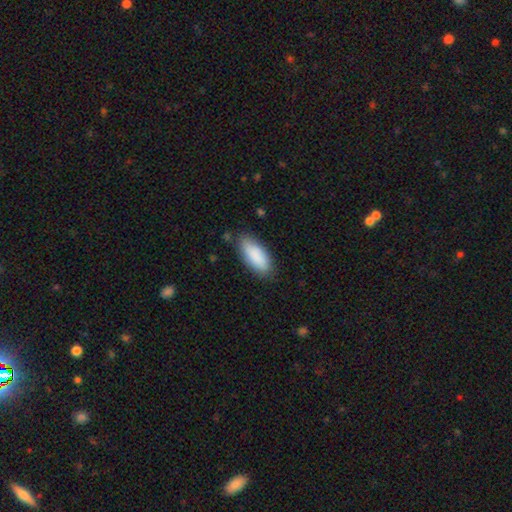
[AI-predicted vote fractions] Smooth or featured: smooth — 88% (featured or disk — 6%)
How rounded: in between — 82% (cigar-shaped — 16%)
Merging: none — 81% (minor disturbance — 14%)